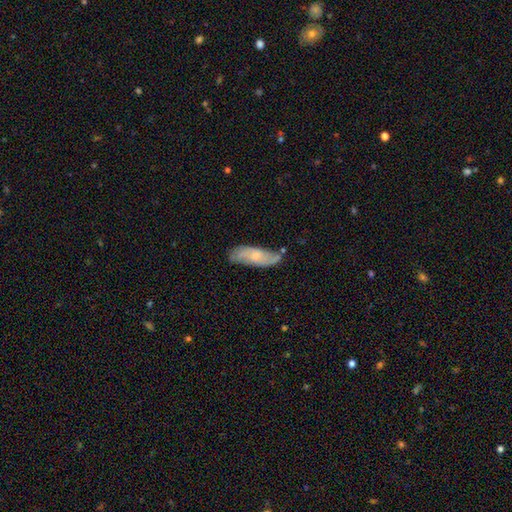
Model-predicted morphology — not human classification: smooth-or-featured: featured or disk: 53% | smooth: 41% | star or artifact: 7%
  disk-edge-on: no: 83% | yes: 17%
  merging: none: 66% | minor disturbance: 25% | major disturbance: 6% | merger: 3%